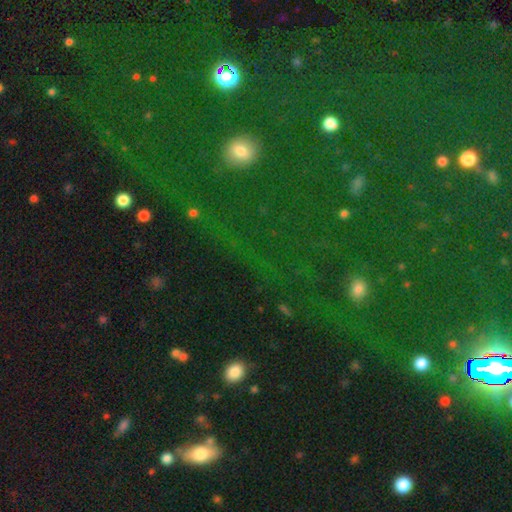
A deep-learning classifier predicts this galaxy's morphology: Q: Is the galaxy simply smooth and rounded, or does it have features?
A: star or artifact — 57%.